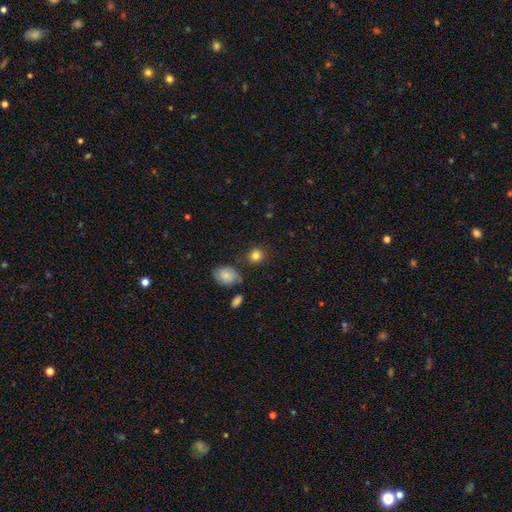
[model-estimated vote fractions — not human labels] Smooth or featured?
  - smooth: 83% *
  - star or artifact: 10%
  - featured or disk: 7%
How rounded?
  - round: 82% *
  - in between: 17%
  - cigar-shaped: 1%
Merging?
  - none: 79% *
  - minor disturbance: 13%
  - merger: 5%
  - major disturbance: 4%